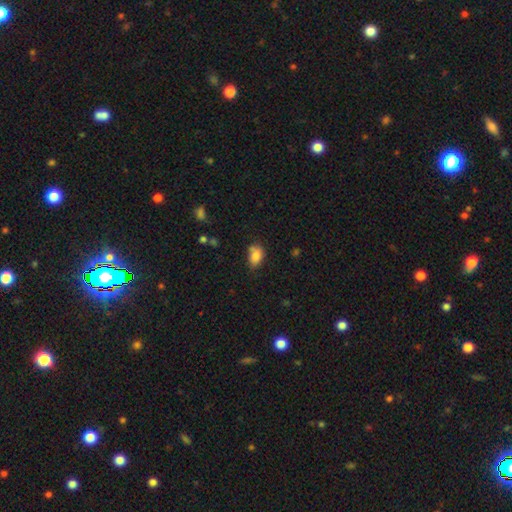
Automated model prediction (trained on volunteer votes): A smooth galaxy with no disk features (85%) that is in between round and cigar-shaped (84%).

Vote fractions:
- Smooth or featured? smooth: 85% / star or artifact: 9% / featured or disk: 7%
- How rounded? in between: 84% / round: 14% / cigar-shaped: 1%
- Merging? none: 62% / minor disturbance: 28% / major disturbance: 5% / merger: 4%